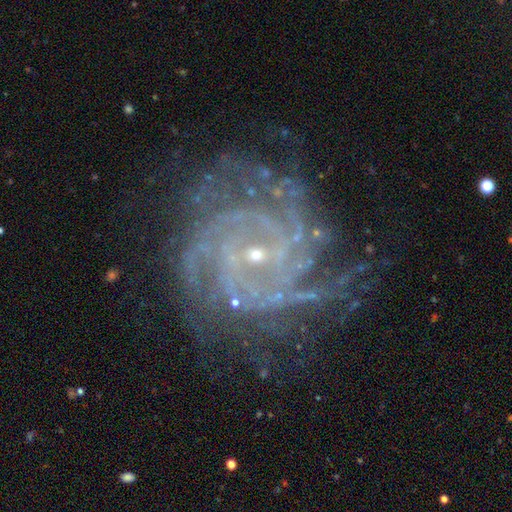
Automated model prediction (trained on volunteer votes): Smooth or featured? featured or disk (89%)
Edge-on disk? no (98%)
Bar? no (57%)
Spiral arms? yes (98%)
Spiral winding? tight (71%)
Spiral arm count? 4 (23%)
Bulge size? small (84%)
Merging? none (72%)